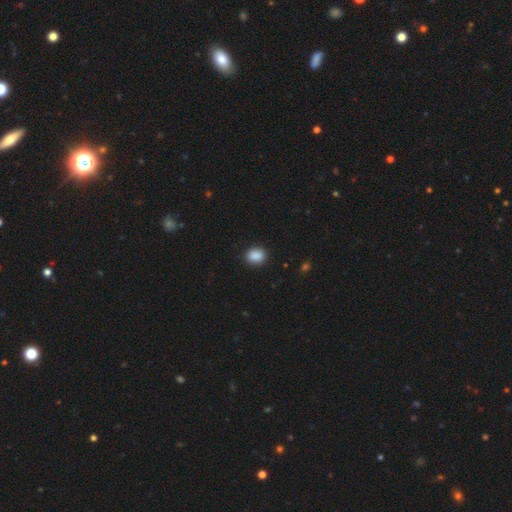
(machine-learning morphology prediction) Overall: smooth (88%). How rounded: round (52%; in between 47%). Merging: none (89%).